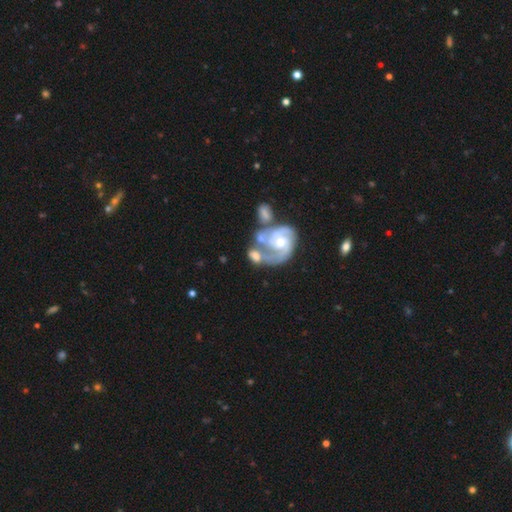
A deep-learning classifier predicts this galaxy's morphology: A featured or disk galaxy (76%) with no bar (66%), 2 (38%) medium (42%) spiral arms (86%) and a moderate central bulge (58%).

Vote fractions:
- Smooth or featured? featured or disk: 76% / smooth: 18% / star or artifact: 6%
- Edge-on disk? no: 97% / yes: 3%
- Bar? no: 66% / weak: 27% / strong: 7%
- Spiral arms? yes: 86% / no: 14%
- Spiral winding? medium: 42% / tight: 40% / loose: 18%
- Spiral arm count? 2: 38% / 3: 23% / can't tell: 20% / 1: 10% / 4: 5% / more than 4: 4%
- Bulge size? moderate: 58% / small: 29% / large: 6% / none: 4% / dominant: 2%
- Merging? merger: 48% / none: 22% / major disturbance: 17% / minor disturbance: 14%